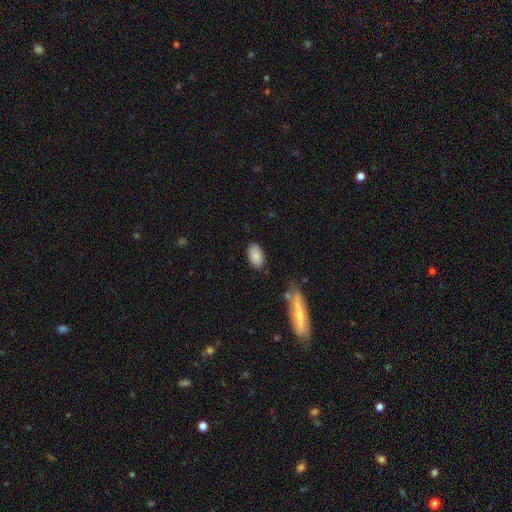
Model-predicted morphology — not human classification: smooth-or-featured: smooth: 86% | star or artifact: 8% | featured or disk: 6%
  how-rounded: in between: 94% | round: 4% | cigar-shaped: 2%
  merging: none: 82% | minor disturbance: 12% | major disturbance: 3% | merger: 2%